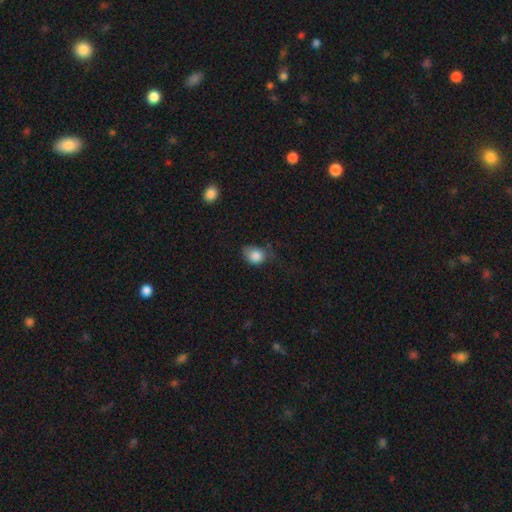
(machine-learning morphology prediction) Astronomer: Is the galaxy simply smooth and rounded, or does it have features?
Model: smooth — 84%.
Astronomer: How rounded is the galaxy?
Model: in between — 58% (runner-up: round, 41%).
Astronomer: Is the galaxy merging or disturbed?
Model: none — 40% (runner-up: minor disturbance, 39%).